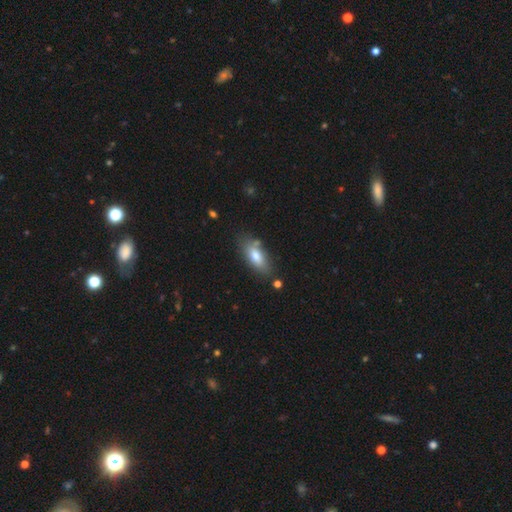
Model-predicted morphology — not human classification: This is likely a smooth galaxy (76%). How rounded: clearly in between (81%). Merging: likely none (73%).